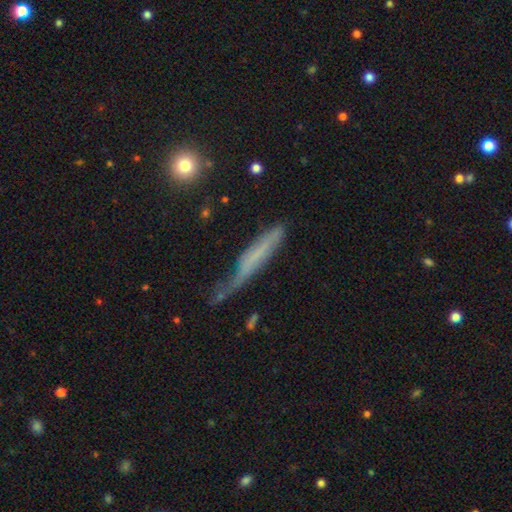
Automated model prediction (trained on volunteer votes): Smooth or featured? smooth (48%)
Merging? none (40%)